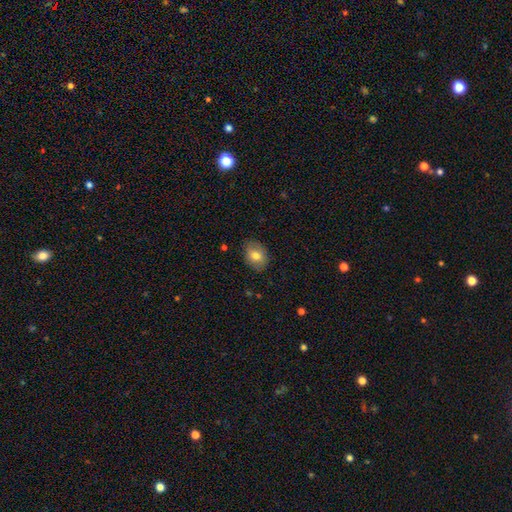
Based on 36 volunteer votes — Volunteers were most divided on "how rounded": in between: 70%, round: 27%, cigar-shaped: 3%. More confident: smooth or featured — smooth (83%); merging — none (75%).